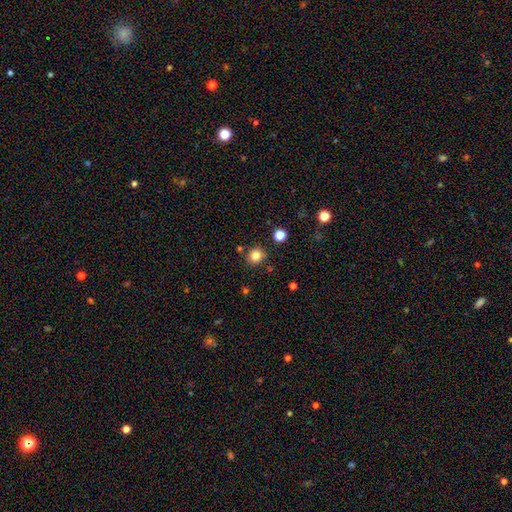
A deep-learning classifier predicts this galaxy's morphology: The model was most divided on "smooth or featured": smooth: 83%, star or artifact: 12%, featured or disk: 5%. More confident: how rounded — round (86%); merging — none (86%).